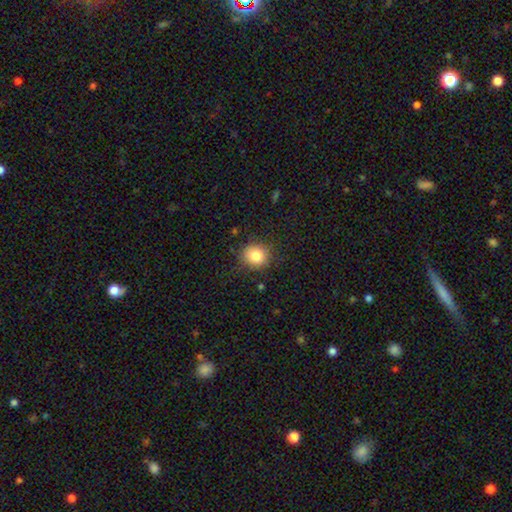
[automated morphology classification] The model was most divided on "how rounded": round: 83%, in between: 16%, cigar-shaped: 1%. More confident: merging — none (84%); smooth or featured — smooth (82%).